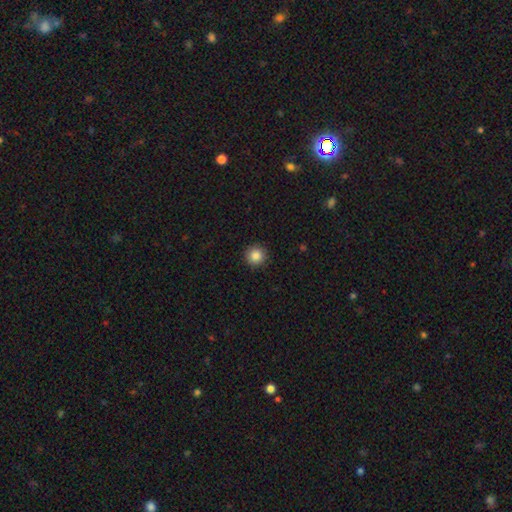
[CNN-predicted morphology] Smooth or featured?
  - smooth: 85% *
  - star or artifact: 10%
  - featured or disk: 5%
How rounded?
  - round: 95% *
  - in between: 4%
  - cigar-shaped: 1%
Merging?
  - none: 92% *
  - minor disturbance: 5%
  - major disturbance: 2%
  - merger: 1%